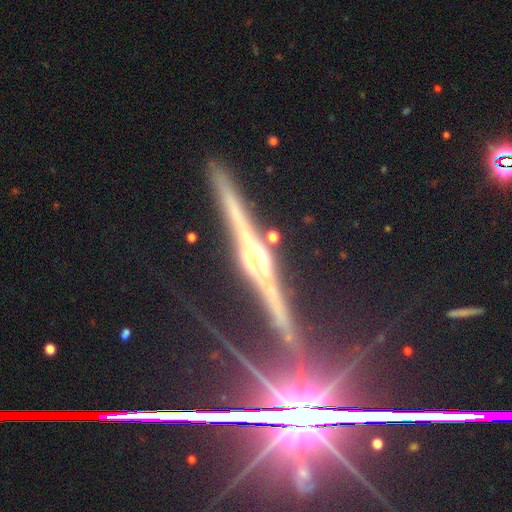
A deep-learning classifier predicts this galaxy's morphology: This is likely a featured or disk galaxy (73%). It is clearly viewed edge-on (93%). Edge-on bulge: possibly rounded (60%). Merging: likely none (79%).